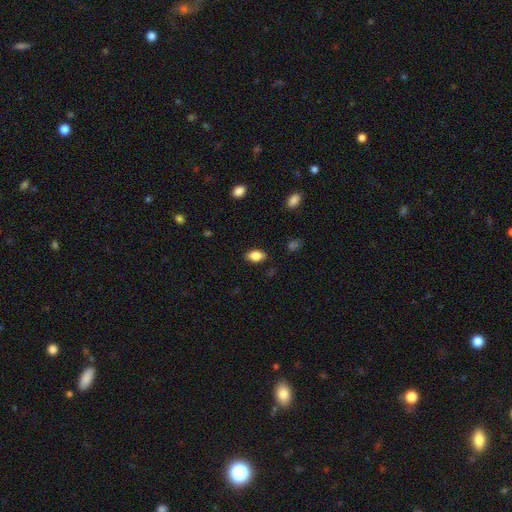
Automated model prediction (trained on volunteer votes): Smooth or featured? Predicted: smooth (p=0.81). How rounded? Predicted: in between (p=0.89). Merging? Predicted: none (p=0.86).